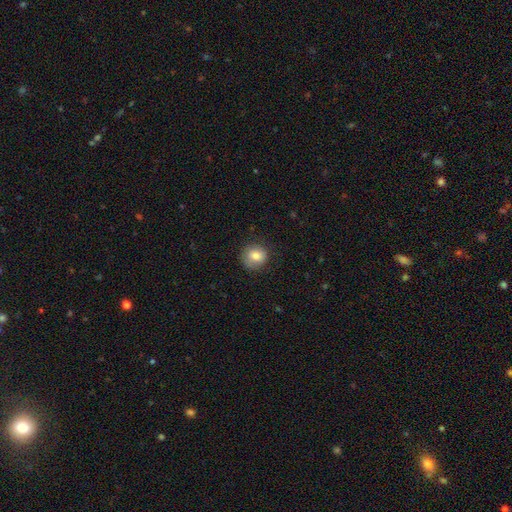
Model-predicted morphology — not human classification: A smooth galaxy with no disk features (79%) that is round (84%).

Vote fractions:
- Smooth or featured? smooth: 79% / featured or disk: 12% / star or artifact: 9%
- How rounded? round: 84% / in between: 15% / cigar-shaped: 1%
- Merging? none: 79% / minor disturbance: 16% / major disturbance: 5% / merger: 1%